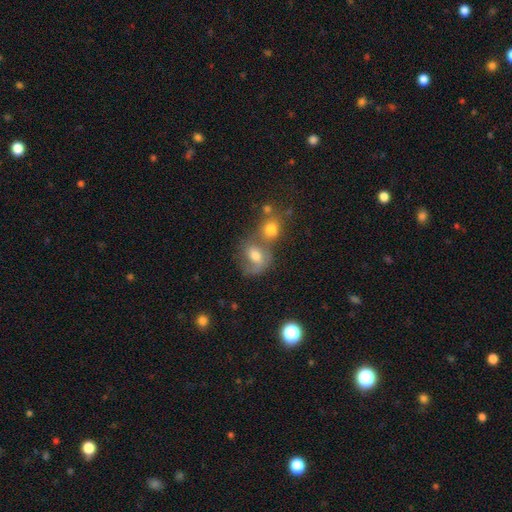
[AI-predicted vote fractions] A smooth galaxy with no disk features (53%) that is round (54%). Merging: merger (45%).